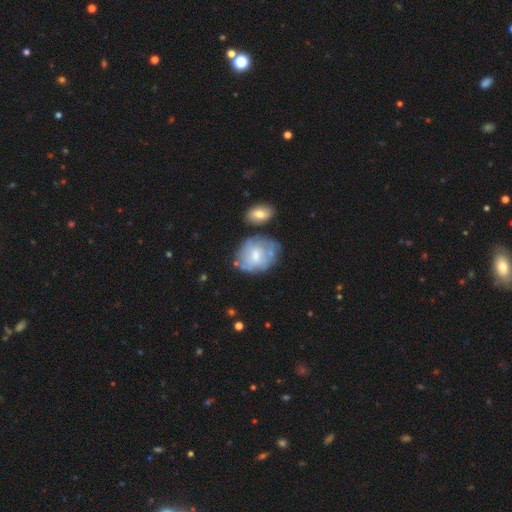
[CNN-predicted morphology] Smooth or featured? Predicted: smooth (p=0.51). How rounded? Predicted: in between (p=0.54). Merging? Predicted: none (p=0.52).